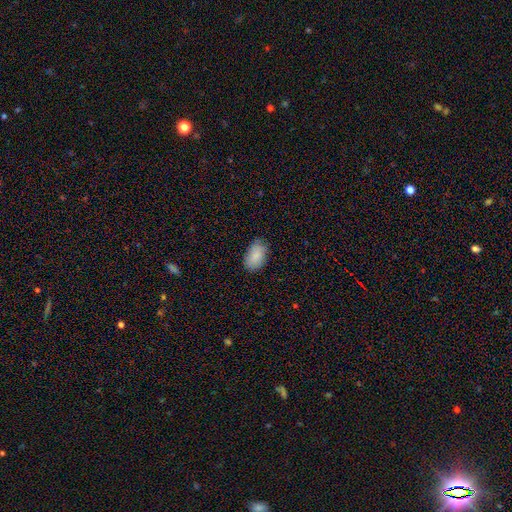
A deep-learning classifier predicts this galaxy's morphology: type=smooth (88%); roundness=in between (91%); merging=none (81%).